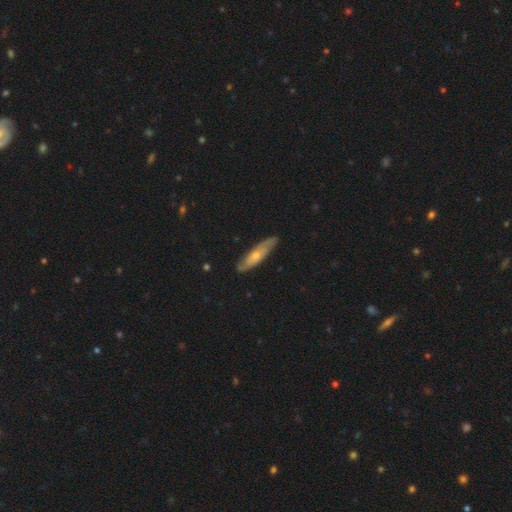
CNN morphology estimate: Smooth or featured: featured or disk — 49% (smooth — 46%)
Merging: none — 83% (minor disturbance — 13%)